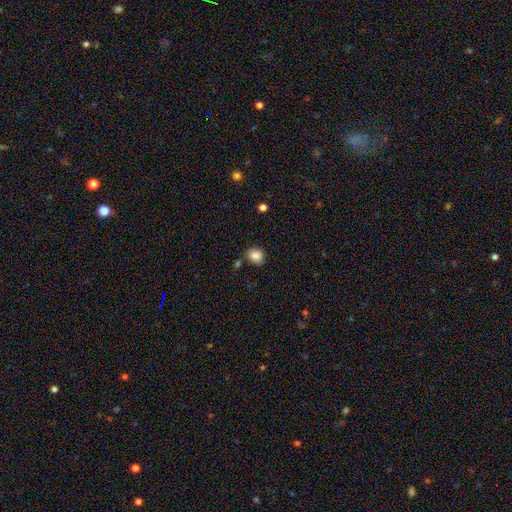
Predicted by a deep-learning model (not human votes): Smooth or featured?
  - smooth: 85% *
  - star or artifact: 9%
  - featured or disk: 5%
How rounded?
  - round: 57% *
  - in between: 43%
  - cigar-shaped: 1%
Merging?
  - none: 76% *
  - minor disturbance: 15%
  - merger: 6%
  - major disturbance: 3%